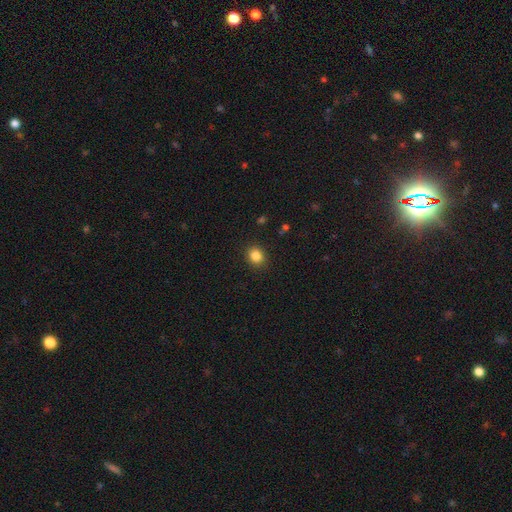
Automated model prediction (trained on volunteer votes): Overall: smooth (84%). How rounded: round (70%). Merging: none (90%).